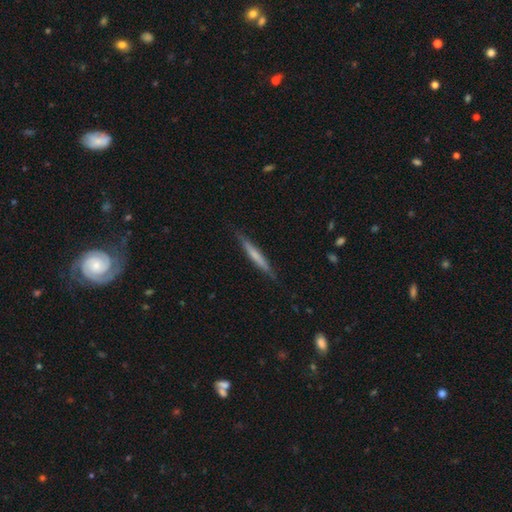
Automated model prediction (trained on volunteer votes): Overall: smooth (54%; featured or disk 40%). How rounded: cigar-shaped (96%). Merging: none (86%).